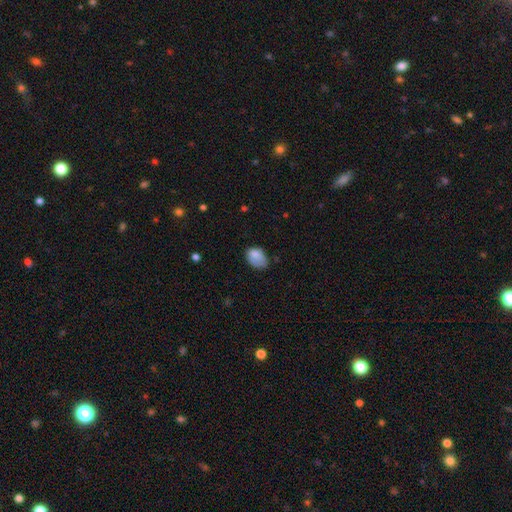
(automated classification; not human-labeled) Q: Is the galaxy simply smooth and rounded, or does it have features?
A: smooth — 79%.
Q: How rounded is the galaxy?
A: in between — 83%.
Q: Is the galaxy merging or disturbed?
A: none — 43%.